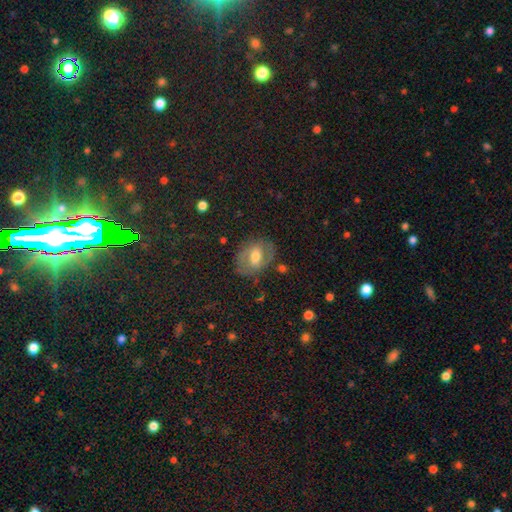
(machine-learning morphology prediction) featured or disk 50%, smooth 41%, star or artifact 9%. Down the decision tree: edge-on disk — no (94%); merging — none (72%).